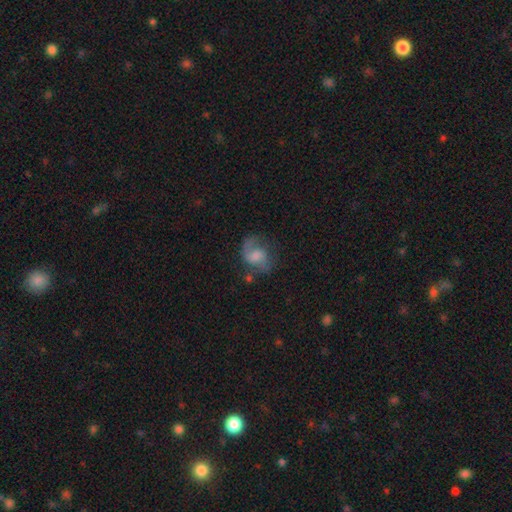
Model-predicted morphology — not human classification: The model was most divided on "spiral winding": medium: 45%, loose: 40%, tight: 15%. Remaining: edge-on disk — no (97%); spiral arms — yes (88%); spiral arm count — 2 (70%); smooth or featured — featured or disk (61%); merging — none (53%); bar — no (50%); bulge size — moderate (32%).